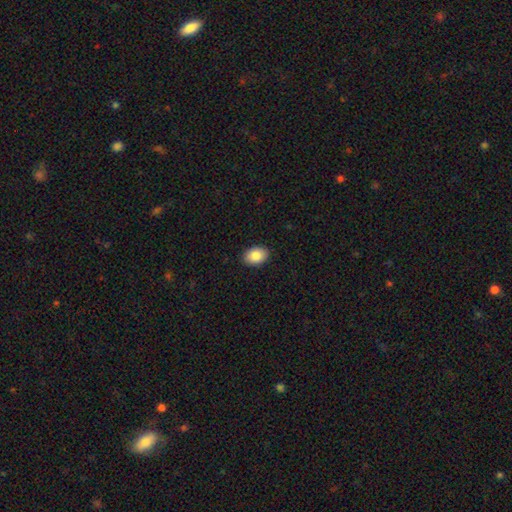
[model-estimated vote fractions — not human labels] This appears to be a smooth galaxy with no disk features (86%) that is in between round and cigar-shaped (82%). Merging: none (90%).